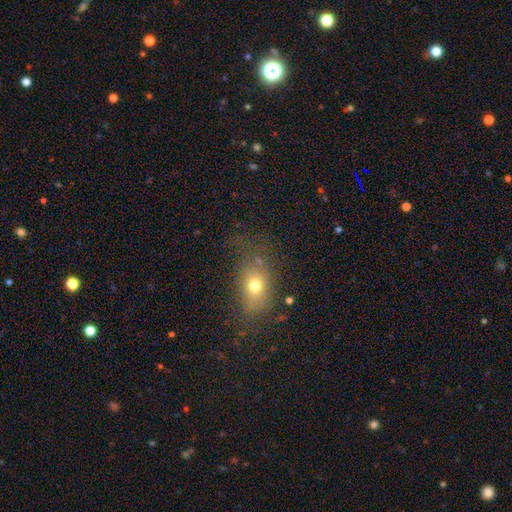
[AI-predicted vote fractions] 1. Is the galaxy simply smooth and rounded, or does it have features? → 61% smooth, 23% star or artifact, 16% featured or disk.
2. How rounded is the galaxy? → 65% in between, 30% round, 5% cigar-shaped.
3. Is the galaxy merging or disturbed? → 62% none, 22% minor disturbance, 13% major disturbance, 3% merger.